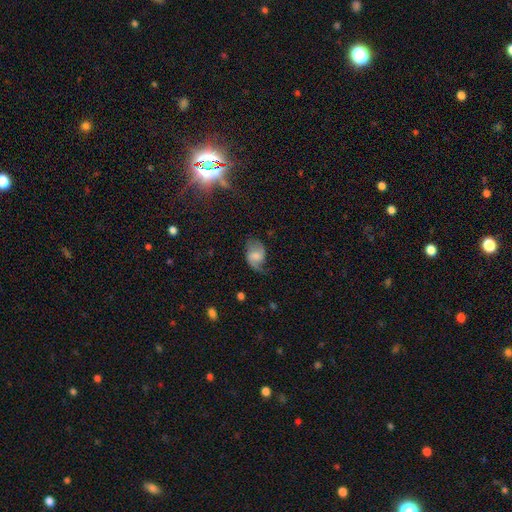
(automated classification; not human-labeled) smooth-or-featured: featured or disk: 64% | smooth: 28% | star or artifact: 8%
  disk-edge-on: no: 97% | yes: 3%
    bar: weak: 48% | no: 40% | strong: 12%
    has-spiral-arms: yes: 92% | no: 8%
      spiral-winding: loose: 44% | medium: 42% | tight: 14%
      spiral-arm-count: 2: 77% | 1: 13% | can't tell: 6% | 3: 1% | 4: 1% | more than 4: 1%
    bulge-size: moderate: 32% | small: 27% | none: 26% | large: 12% | dominant: 2%
  merging: none: 58% | minor disturbance: 26% | major disturbance: 14% | merger: 2%